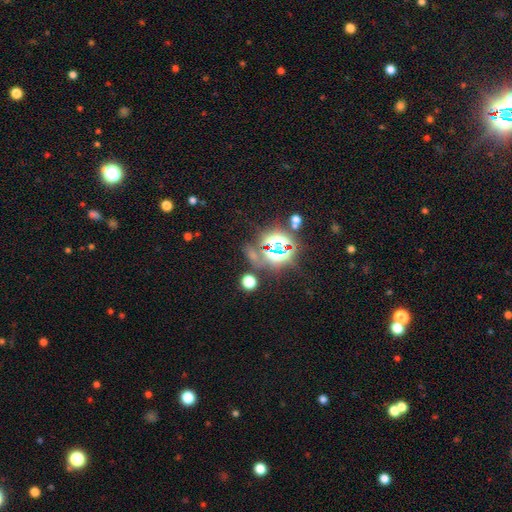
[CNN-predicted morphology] Smooth or featured: star or artifact — 72% (smooth — 20%)